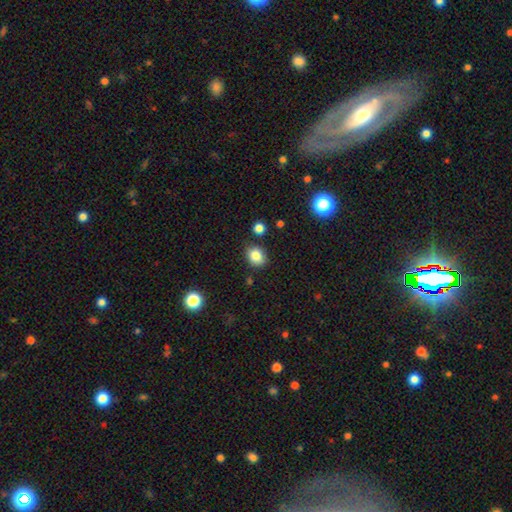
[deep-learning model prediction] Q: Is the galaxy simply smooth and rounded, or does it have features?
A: smooth — 83%.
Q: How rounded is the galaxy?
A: round — 58%.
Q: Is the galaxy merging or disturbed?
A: none — 82%.